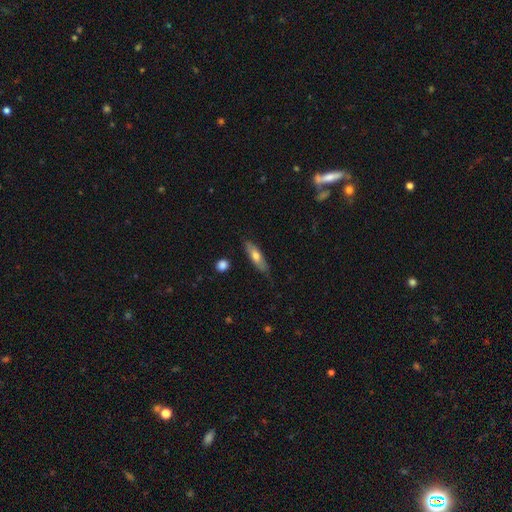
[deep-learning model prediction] Smooth or featured? Predicted: smooth (p=0.57). How rounded? Predicted: cigar-shaped (p=0.53). Merging? Predicted: none (p=0.76).